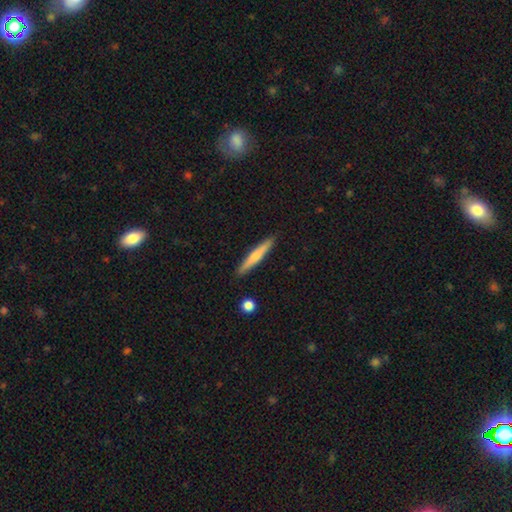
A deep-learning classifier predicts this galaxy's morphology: Overall: smooth (60%; featured or disk 35%). How rounded: cigar-shaped (94%). Merging: none (90%).